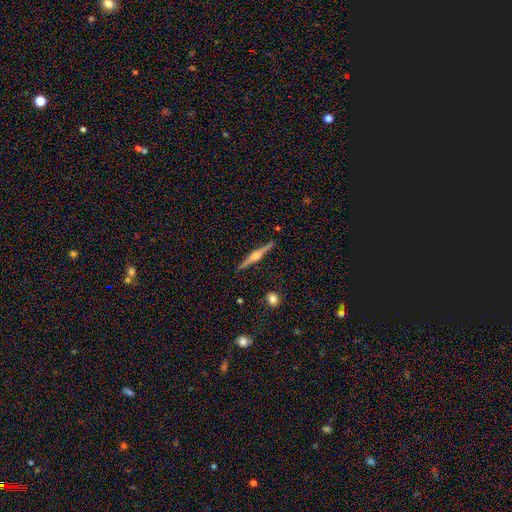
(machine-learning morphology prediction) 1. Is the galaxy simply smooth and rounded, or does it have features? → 81% featured or disk, 13% smooth, 6% star or artifact.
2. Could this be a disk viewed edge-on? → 98% yes, 2% no.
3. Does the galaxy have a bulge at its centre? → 92% rounded, 5% boxy, 3% none.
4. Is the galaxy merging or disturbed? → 91% none, 7% minor disturbance, 1% major disturbance, 1% merger.